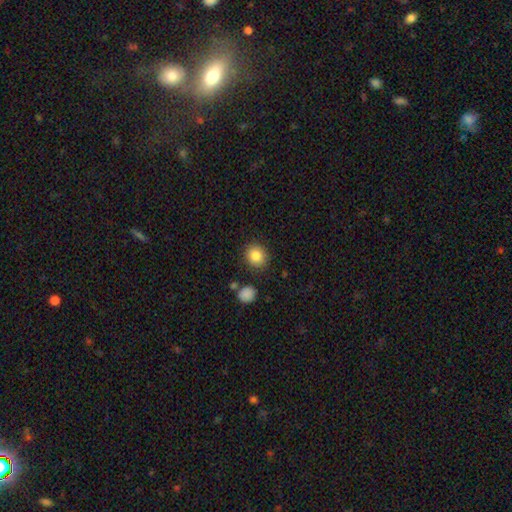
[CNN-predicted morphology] type=smooth (84%); roundness=round (85%); merging=none (86%).